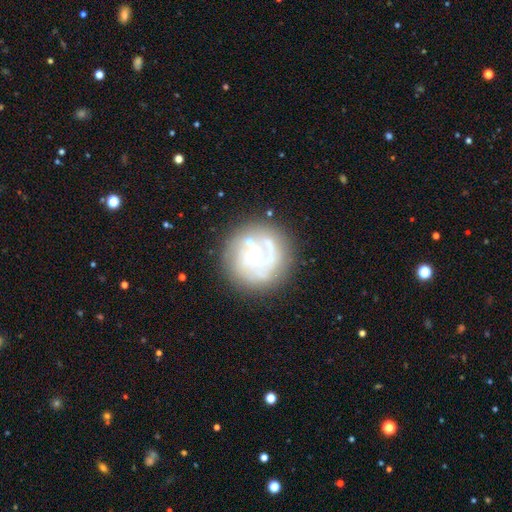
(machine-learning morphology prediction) A featured or disk galaxy (67%) with no bar (83%), spiral arms (60%) and a small central bulge (59%). Merging: none (68%).